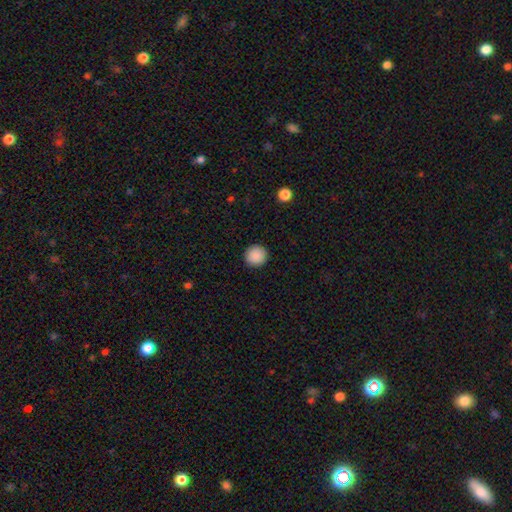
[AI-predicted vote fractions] This is clearly a smooth galaxy (90%). How rounded: clearly round (95%). Merging: clearly none (93%).